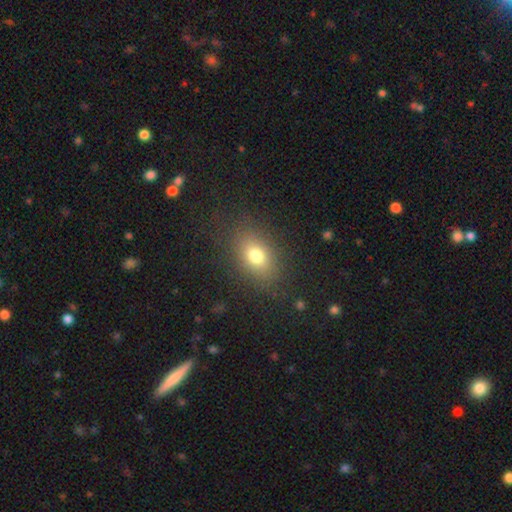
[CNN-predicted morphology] smooth 75%, star or artifact 13%, featured or disk 12%. Down the decision tree: how rounded — in between (73%); merging — none (82%).